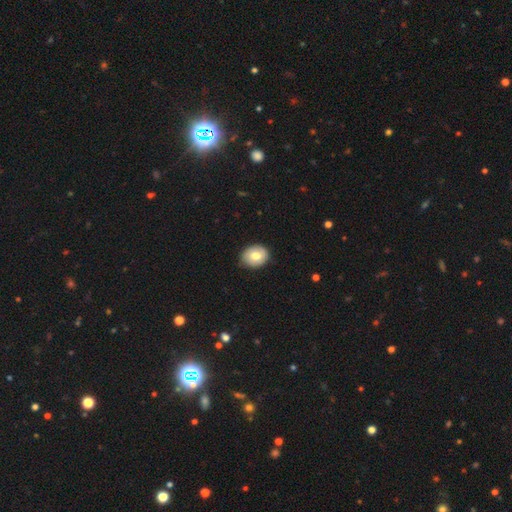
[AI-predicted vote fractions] smooth_or_featured: smooth (p=0.70) [alt: featured or disk p=0.22]
how_rounded: round (p=0.55) [alt: in between p=0.44]
merging: none (p=0.83) [alt: minor disturbance p=0.14]